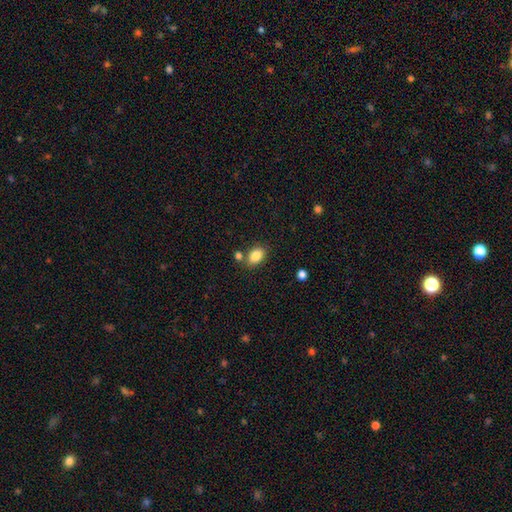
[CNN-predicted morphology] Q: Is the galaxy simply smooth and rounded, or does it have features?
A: smooth — 85%.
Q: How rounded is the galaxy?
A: in between — 82%.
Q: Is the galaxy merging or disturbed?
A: none — 70%.